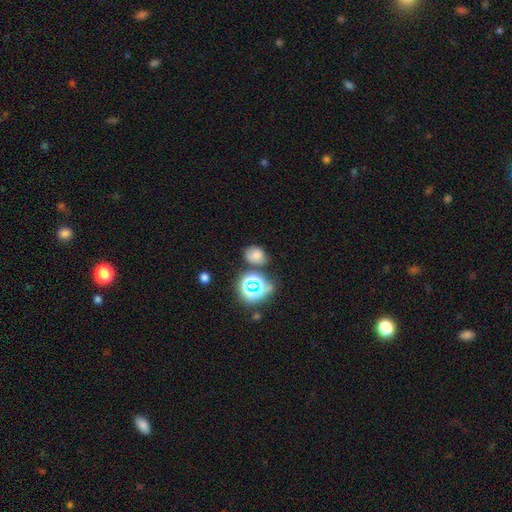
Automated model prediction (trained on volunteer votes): smooth-or-featured: smooth: 65% | star or artifact: 23% | featured or disk: 11%
  how-rounded: in between: 56% | round: 43% | cigar-shaped: 1%
  merging: none: 66% | minor disturbance: 19% | merger: 8% | major disturbance: 7%